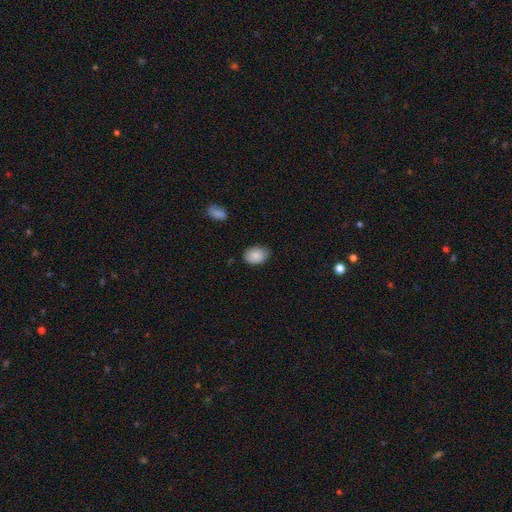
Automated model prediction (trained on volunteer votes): smooth_or_featured: smooth (p=0.88) [alt: star or artifact p=0.07]
how_rounded: in between (p=0.77) [alt: round p=0.22]
merging: none (p=0.80) [alt: minor disturbance p=0.16]